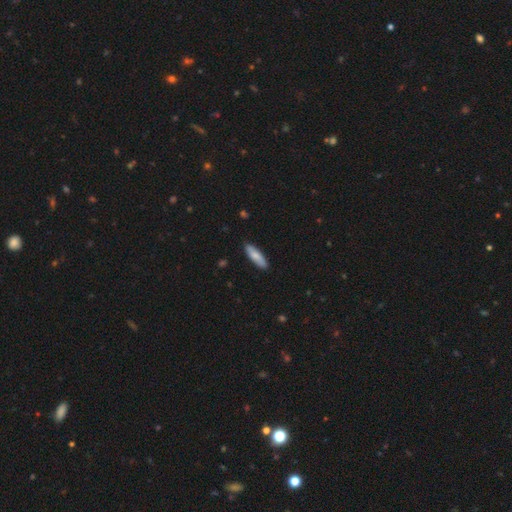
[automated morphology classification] Smooth or featured? smooth (78%)
How rounded? cigar-shaped (60%)
Merging? none (87%)